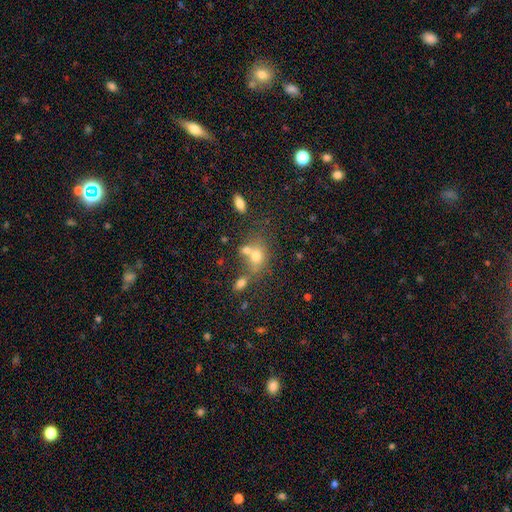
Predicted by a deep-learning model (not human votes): Smooth or featured? Predicted: smooth (p=0.68). How rounded? Predicted: in between (p=0.54). Merging? Predicted: merger (p=0.41).